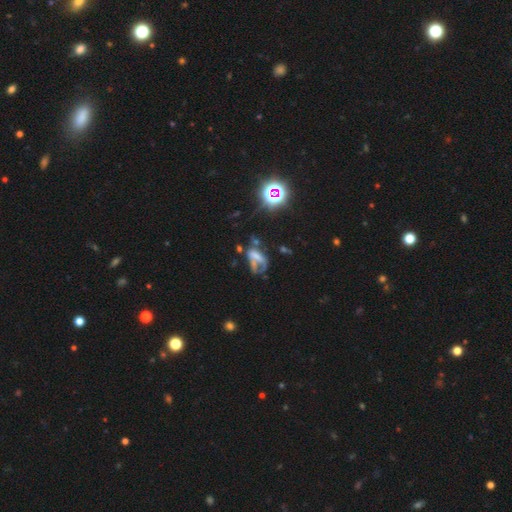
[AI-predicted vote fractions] The model was most divided on "smooth or featured": featured or disk: 44%, smooth: 31%, star or artifact: 25%. Remaining: merging — major disturbance (47%).